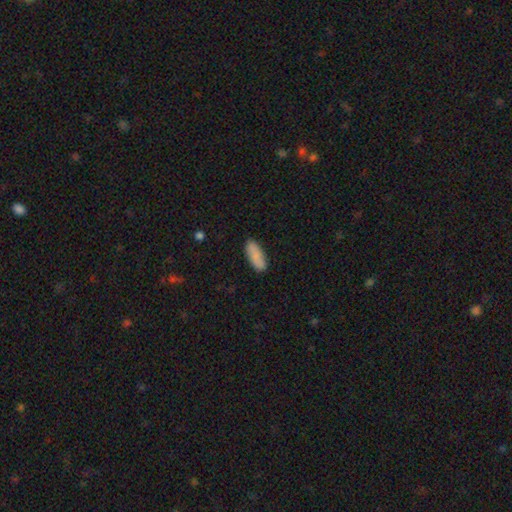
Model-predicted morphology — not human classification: This is clearly a smooth galaxy (86%). How rounded: likely in between (77%). Merging: clearly none (85%).